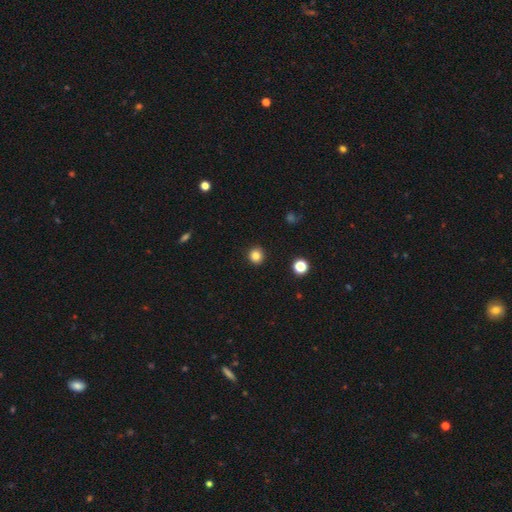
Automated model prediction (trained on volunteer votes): smooth 84%, star or artifact 12%, featured or disk 5%. Down the decision tree: how rounded — round (90%); merging — none (92%).